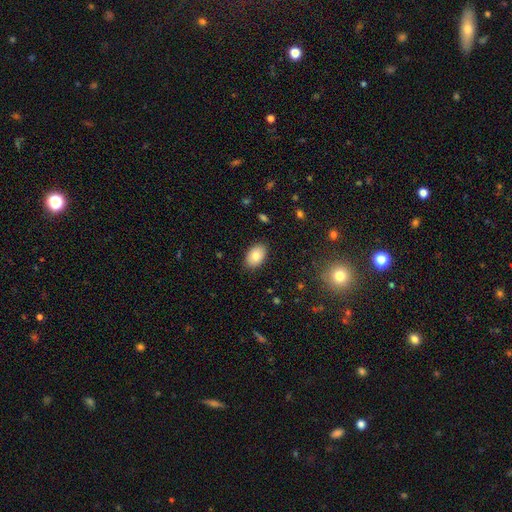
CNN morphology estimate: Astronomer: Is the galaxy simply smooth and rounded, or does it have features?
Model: smooth — 82%.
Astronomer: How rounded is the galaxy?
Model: in between — 89%.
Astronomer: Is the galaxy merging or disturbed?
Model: none — 88%.